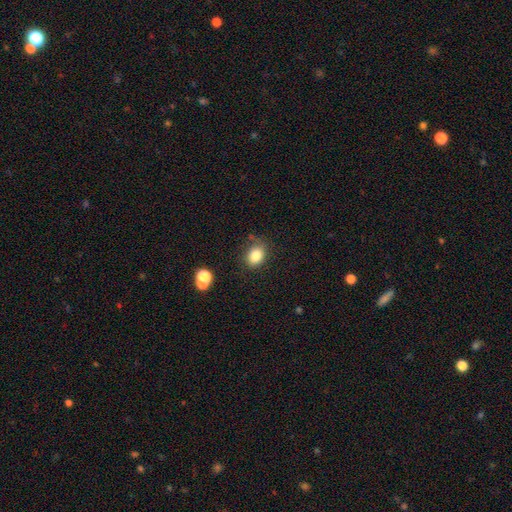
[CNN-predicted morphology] Smooth or featured: smooth — 82% (star or artifact — 11%)
How rounded: in between — 55% (round — 44%)
Merging: none — 74% (minor disturbance — 17%)